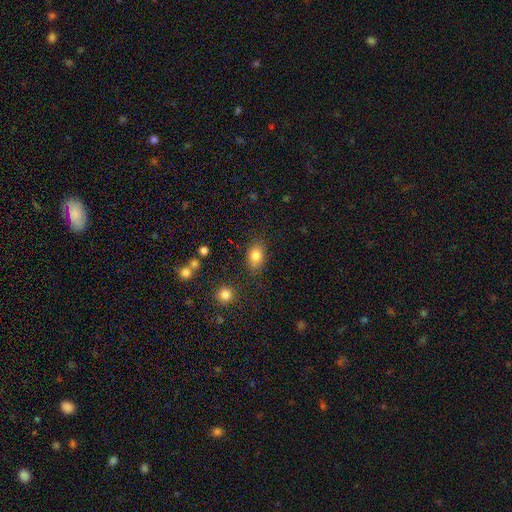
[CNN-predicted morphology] This is clearly a smooth galaxy (82%). How rounded: likely in between (78%). Merging: likely none (79%).